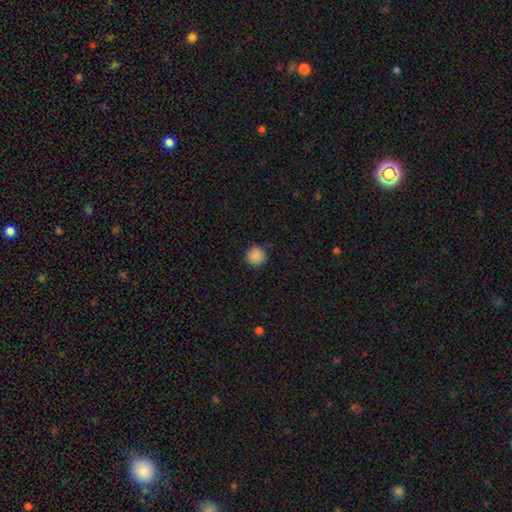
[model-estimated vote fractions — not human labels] Overall: smooth (88%). How rounded: round (95%). Merging: none (88%).